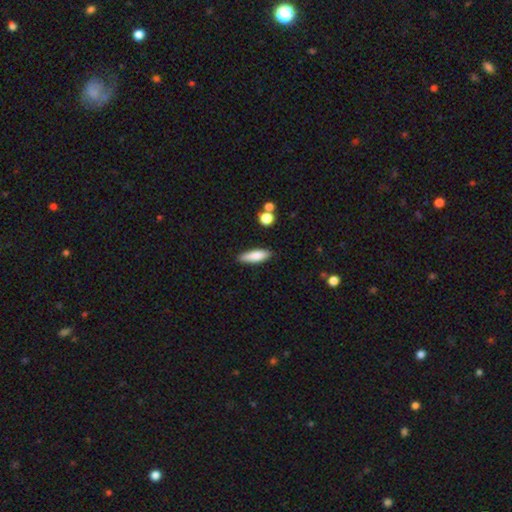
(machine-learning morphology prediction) Overall: smooth (82%). How rounded: cigar-shaped (51%; in between 47%). Merging: none (82%).